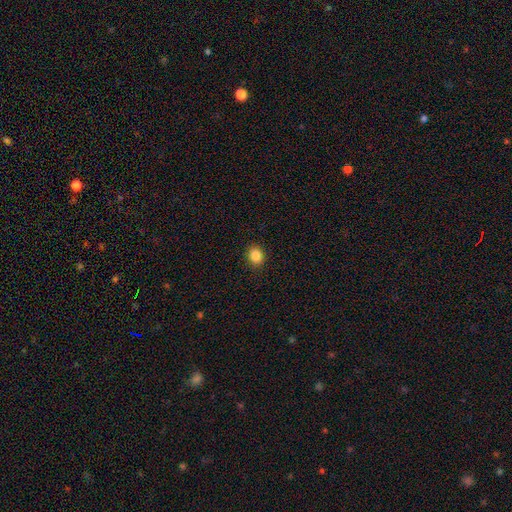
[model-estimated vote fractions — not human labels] This is clearly a smooth galaxy (86%). How rounded: possibly round (53%). Merging: clearly none (90%).